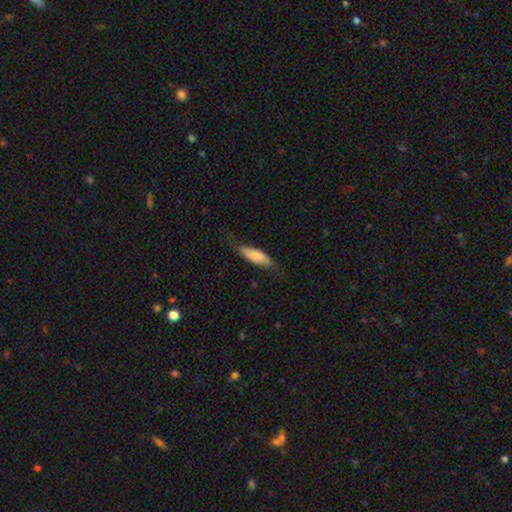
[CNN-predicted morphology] smooth-or-featured: smooth: 71% | featured or disk: 23% | star or artifact: 6%
  how-rounded: in between: 56% | cigar-shaped: 42% | round: 2%
  merging: none: 64% | minor disturbance: 26% | major disturbance: 9% | merger: 1%